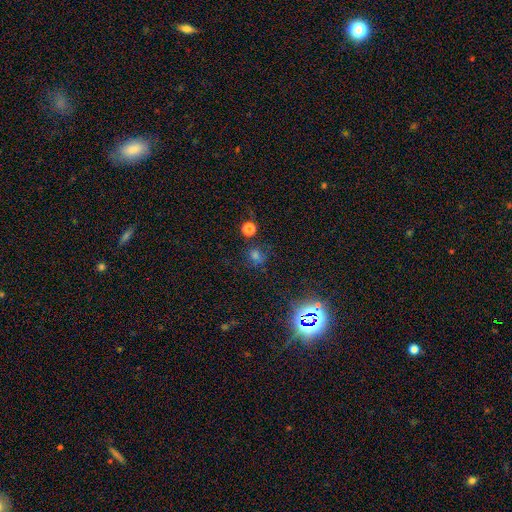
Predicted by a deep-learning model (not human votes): A smooth galaxy with no disk features (51%) that is round (78%). Merging: none (72%).